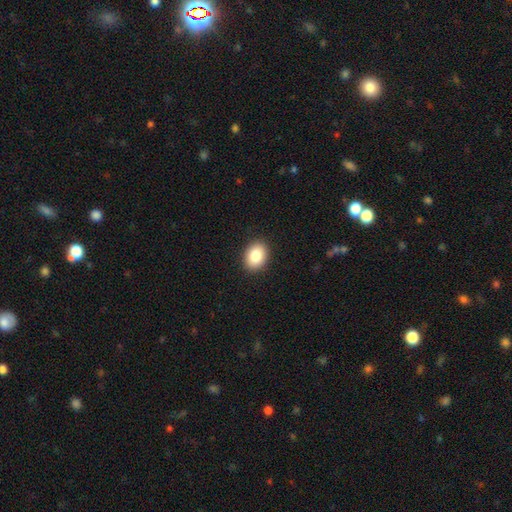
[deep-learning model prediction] A smooth galaxy with no disk features (86%) that is in between round and cigar-shaped (74%).

Vote fractions:
- Smooth or featured? smooth: 86% / star or artifact: 8% / featured or disk: 6%
- How rounded? in between: 74% / round: 26% / cigar-shaped: 1%
- Merging? none: 90% / minor disturbance: 7% / major disturbance: 2% / merger: 1%